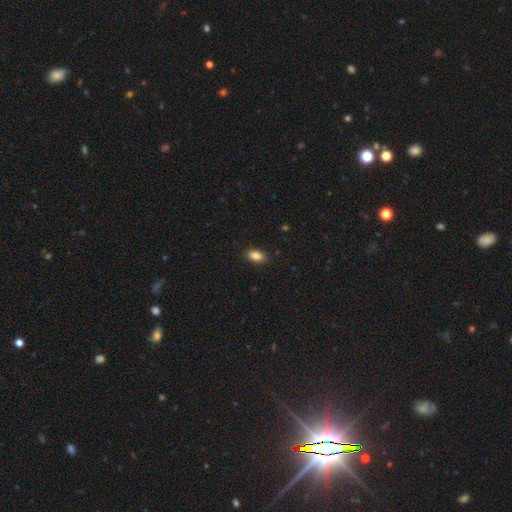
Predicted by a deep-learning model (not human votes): Smooth or featured: smooth — 87% (star or artifact — 9%)
How rounded: in between — 90% (round — 6%)
Merging: none — 88% (minor disturbance — 9%)